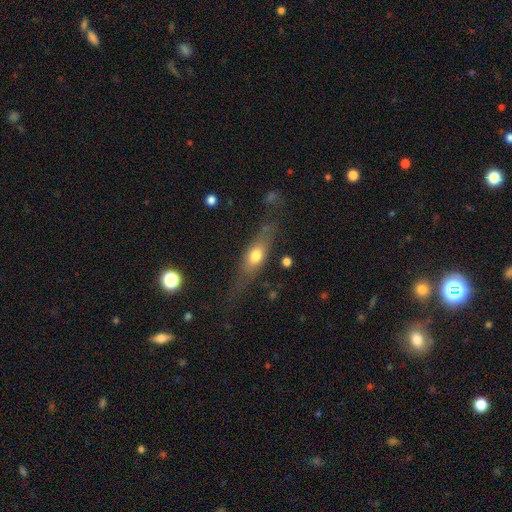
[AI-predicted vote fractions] smooth 54%, featured or disk 38%, star or artifact 8%. Down the decision tree: how rounded — cigar-shaped (46%, tied with in between); merging — none (64%).